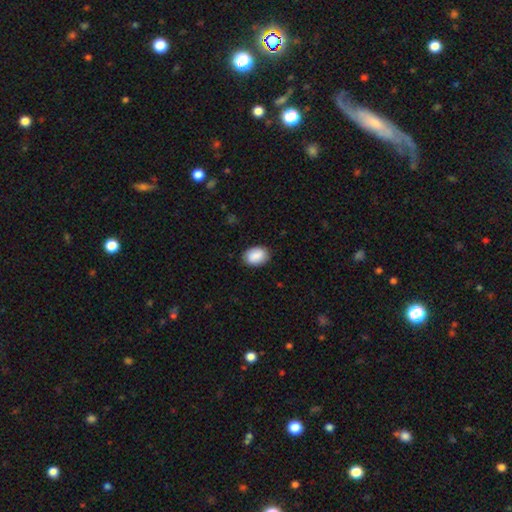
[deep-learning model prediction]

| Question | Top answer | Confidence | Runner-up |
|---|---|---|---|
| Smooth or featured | smooth | 90% | star or artifact (6%) |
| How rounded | in between | 80% | round (19%) |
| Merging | none | 86% | minor disturbance (10%) |